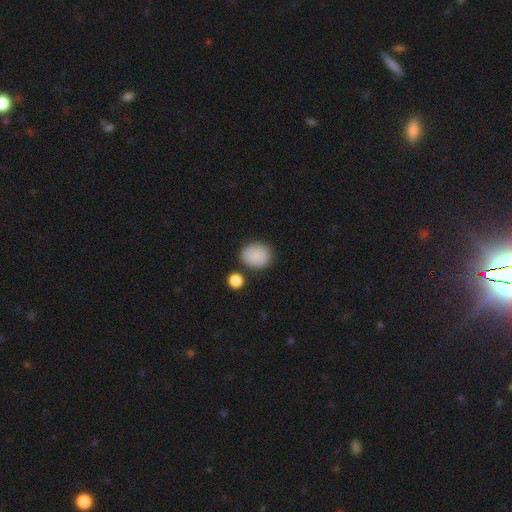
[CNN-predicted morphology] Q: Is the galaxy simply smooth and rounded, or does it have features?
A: smooth — 88%.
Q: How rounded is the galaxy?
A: round — 67%.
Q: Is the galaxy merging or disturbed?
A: none — 80%.